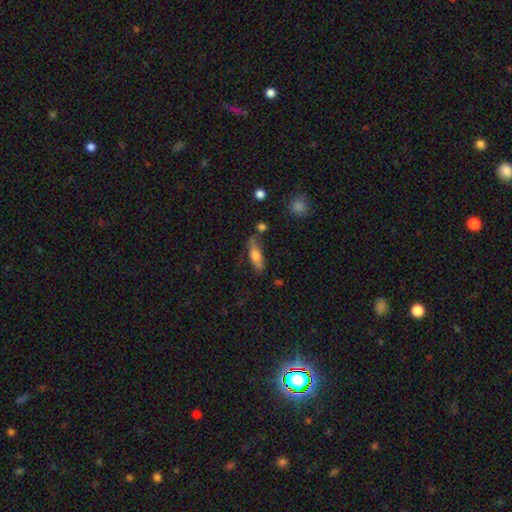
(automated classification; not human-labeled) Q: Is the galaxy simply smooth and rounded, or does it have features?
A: smooth — 60%.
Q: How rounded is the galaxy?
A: cigar-shaped — 52%.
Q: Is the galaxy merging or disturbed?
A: none — 63%.